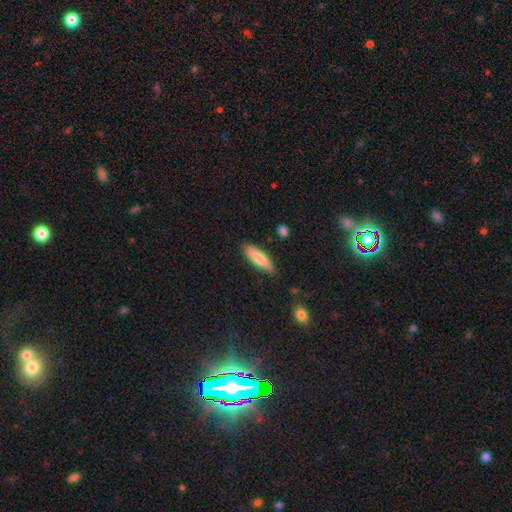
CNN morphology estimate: The model was most divided on "how rounded": cigar-shaped: 61%, in between: 38%, round: 2%. More confident: merging — none (79%); smooth or featured — smooth (78%).